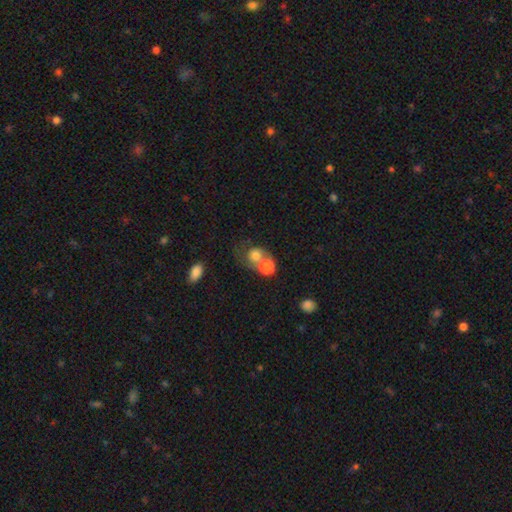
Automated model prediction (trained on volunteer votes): Overall: smooth (71%). How rounded: round (74%). Merging: merger (45%; none 32%).